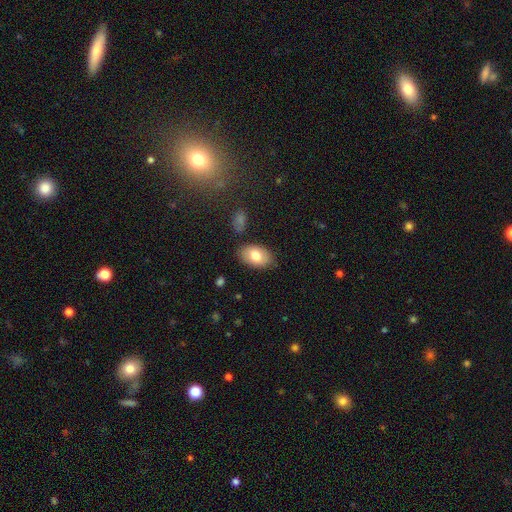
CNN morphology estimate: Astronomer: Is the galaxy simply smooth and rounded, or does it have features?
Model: smooth — 78%.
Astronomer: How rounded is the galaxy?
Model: in between — 91%.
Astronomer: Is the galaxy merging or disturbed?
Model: none — 83%.